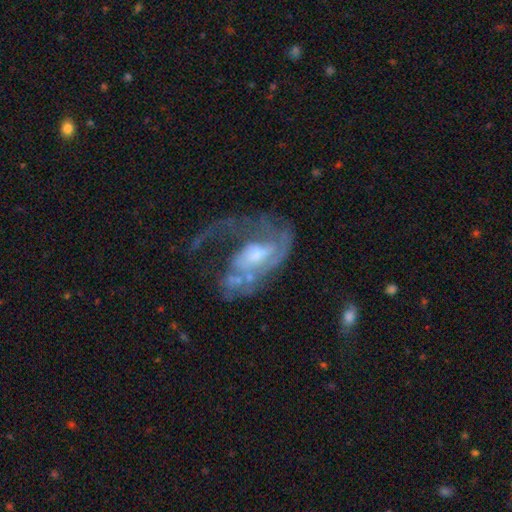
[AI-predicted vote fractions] The model was most divided on "bulge size": moderate: 43%, small: 39%, none: 8%, large: 8%, dominant: 2%. Remaining: edge-on disk — no (96%); spiral arms — yes (81%); smooth or featured — featured or disk (79%); merging — major disturbance (53%); bar — no (50%); spiral winding — loose (43%); spiral arm count — 1 (42%).